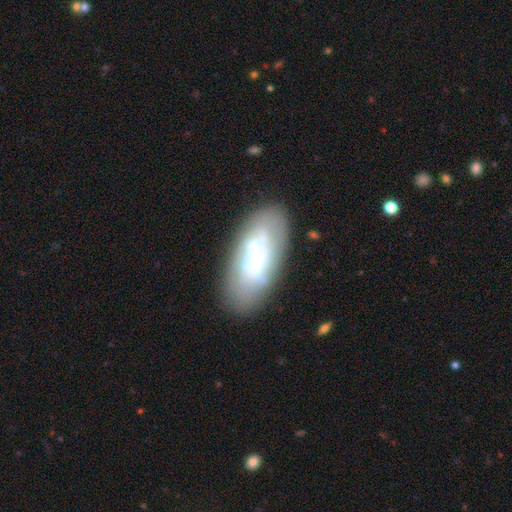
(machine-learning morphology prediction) Overall: featured or disk (60%; smooth 31%). Edge-on disk: no (90%). Bar: no (58%; weak 27%). Spiral arms: no (57%; yes 43%). Bulge size: small (41%; none 29%). Merging: none (67%).